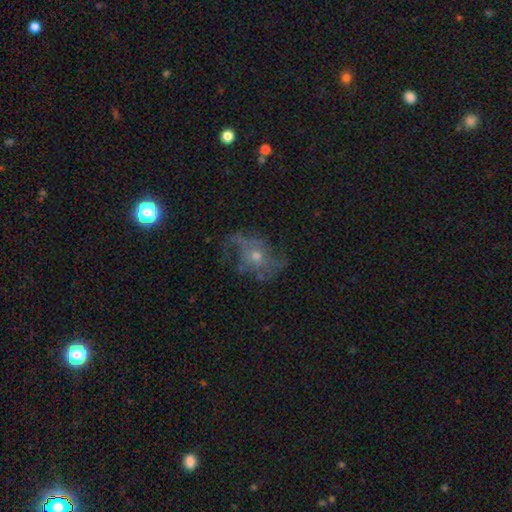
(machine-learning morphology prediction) This appears to be a featured or disk galaxy (67%) with no bar (81%), spiral arms (76%) and a small central bulge (57%). Merging: none (51%).